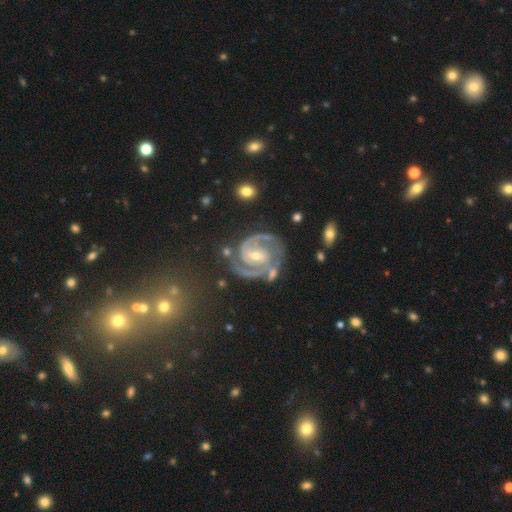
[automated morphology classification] Overall: featured or disk (91%). Edge-on disk: no (98%). Bar: weak (42%; no 35%). Spiral arms: yes (98%). Spiral arm count: 2 (83%). Spiral winding: tight (57%; medium 38%). Bulge size: small (59%; moderate 37%). Merging: none (68%).